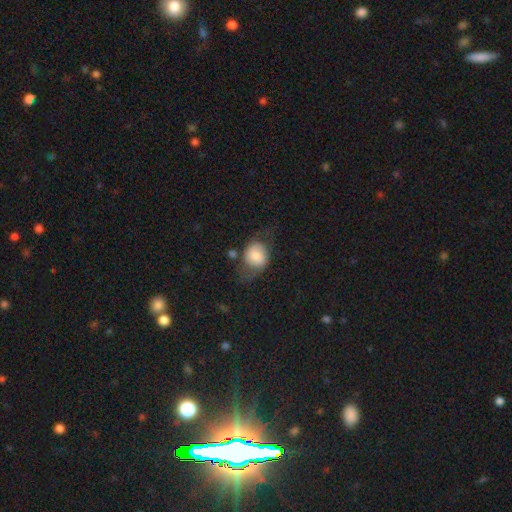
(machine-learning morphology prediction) This appears to be a smooth galaxy with no disk features (70%) that is round (57%). Merging: none (44%).